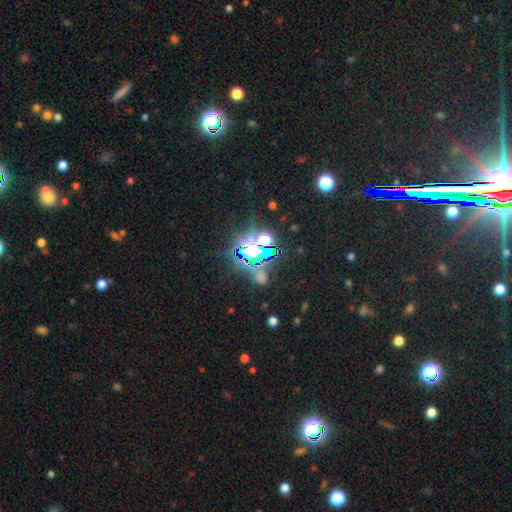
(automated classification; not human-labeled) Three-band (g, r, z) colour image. It shows a star or artifact, not a galaxy (80%).